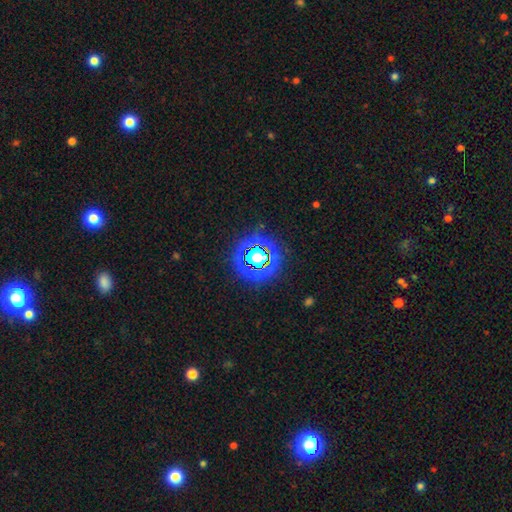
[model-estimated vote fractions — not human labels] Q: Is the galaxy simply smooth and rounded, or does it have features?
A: star or artifact — 80%.